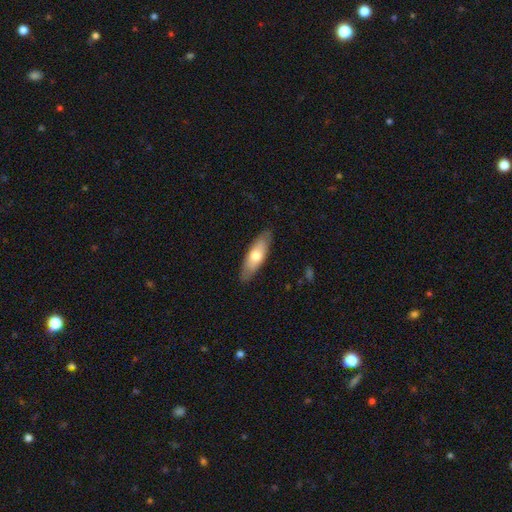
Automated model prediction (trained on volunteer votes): This is likely a smooth galaxy (65%). How rounded: possibly in between (52%). Merging: clearly none (86%).